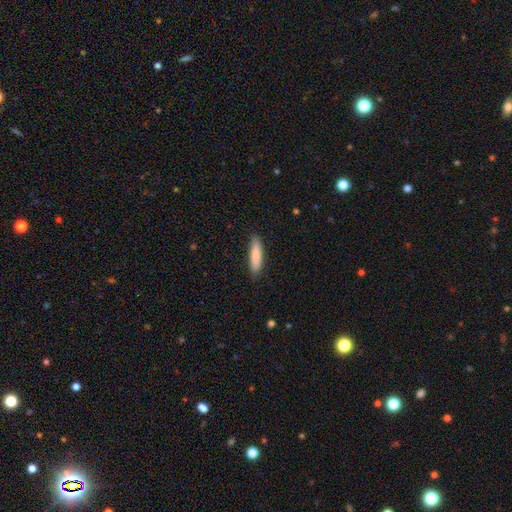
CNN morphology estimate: This appears to be a smooth galaxy with no disk features (82%) that is cigar-shaped (75%). Merging: none (85%).